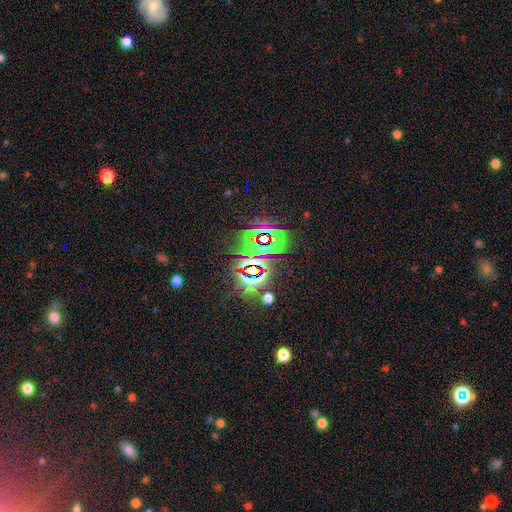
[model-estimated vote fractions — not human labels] smooth_or_featured: star or artifact (p=0.84) [alt: smooth p=0.08]